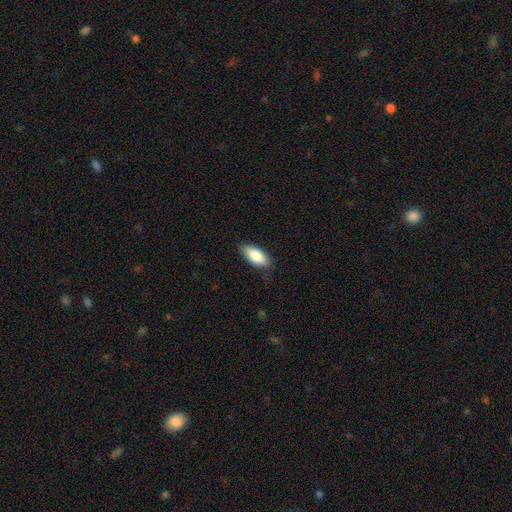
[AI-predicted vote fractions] smooth 85%, featured or disk 9%, star or artifact 6%. Down the decision tree: how rounded — in between (86%); merging — none (80%).